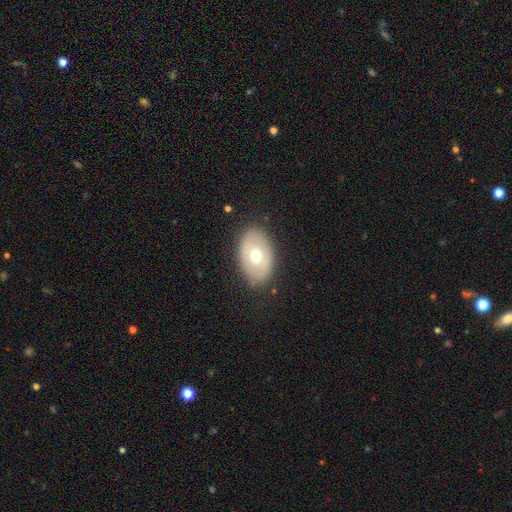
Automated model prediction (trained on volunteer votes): Smooth or featured: smooth — 56% (featured or disk — 37%)
How rounded: in between — 85% (round — 14%)
Merging: none — 85% (minor disturbance — 11%)